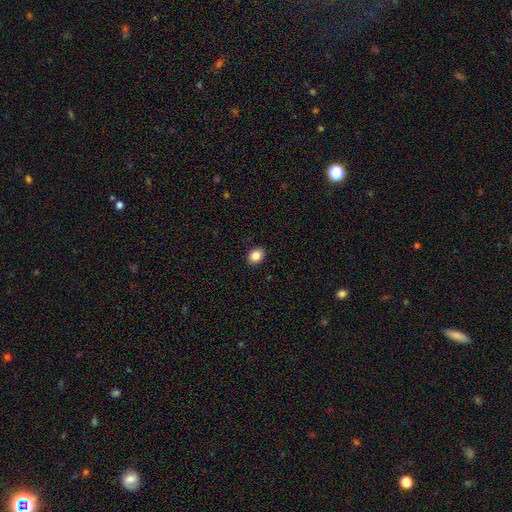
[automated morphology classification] Overall: smooth (87%). How rounded: in between (52%; round 47%). Merging: none (90%).